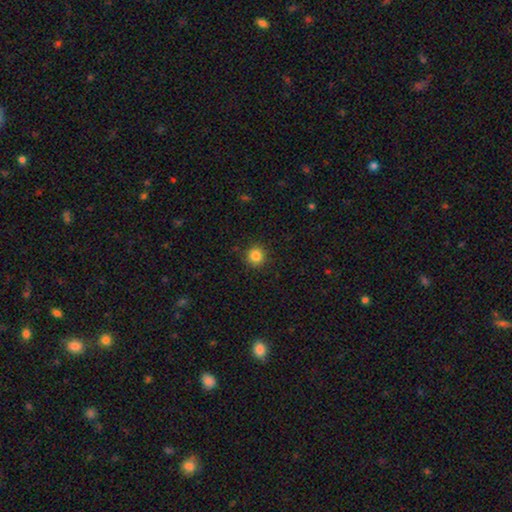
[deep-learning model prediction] Smooth or featured: smooth — 85% (star or artifact — 11%)
How rounded: round — 92% (in between — 7%)
Merging: none — 90% (minor disturbance — 6%)